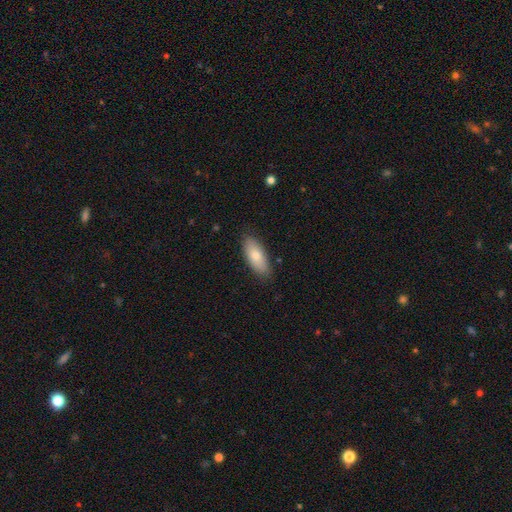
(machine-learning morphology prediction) A smooth galaxy with no disk features (77%) that is in between round and cigar-shaped (83%). Merging: none (84%).